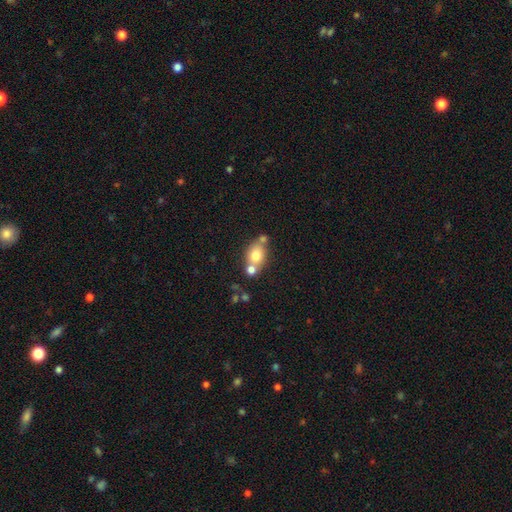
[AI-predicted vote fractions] The model was most divided on "how rounded": in between: 50%, round: 48%, cigar-shaped: 2%. Remaining: smooth or featured — smooth (72%); merging — none (49%).